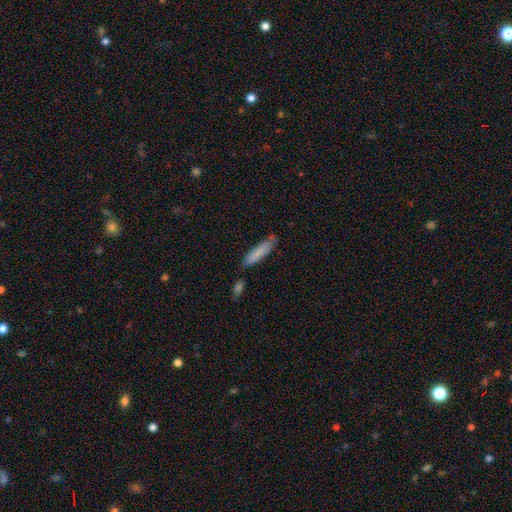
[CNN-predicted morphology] smooth 80%, featured or disk 14%, star or artifact 7%. Down the decision tree: how rounded — cigar-shaped (80%); merging — none (71%).